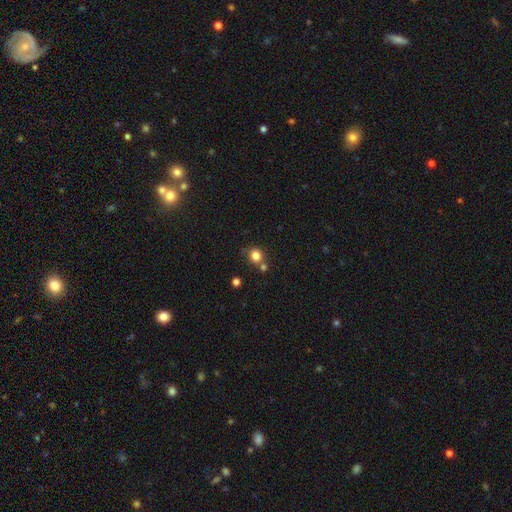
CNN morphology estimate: Smooth or featured? Predicted: smooth (p=0.81). How rounded? Predicted: round (p=0.87). Merging? Predicted: none (p=0.67).